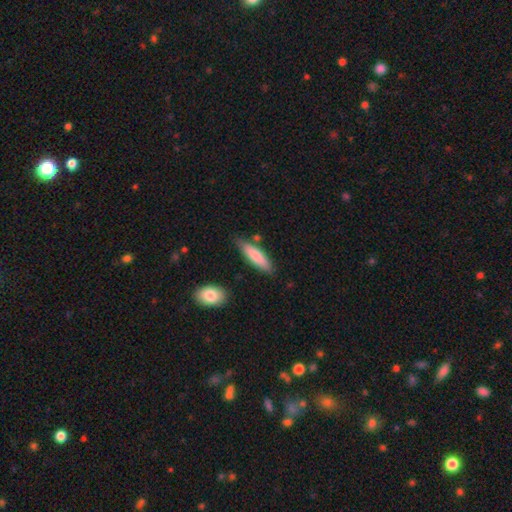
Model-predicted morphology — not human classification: smooth-or-featured: smooth: 81% | featured or disk: 14% | star or artifact: 5%
  how-rounded: cigar-shaped: 62% | in between: 36% | round: 2%
  merging: none: 76% | minor disturbance: 17% | merger: 5% | major disturbance: 3%